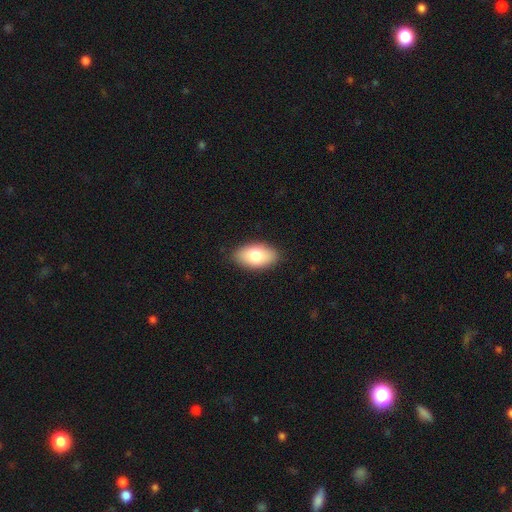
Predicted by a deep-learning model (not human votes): Overall: smooth (78%). How rounded: in between (93%). Merging: none (86%).